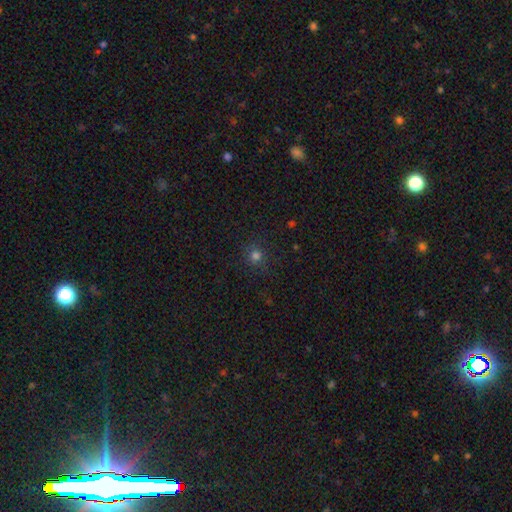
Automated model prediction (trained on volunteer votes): Smooth or featured? smooth (75%)
How rounded? round (91%)
Merging? none (87%)